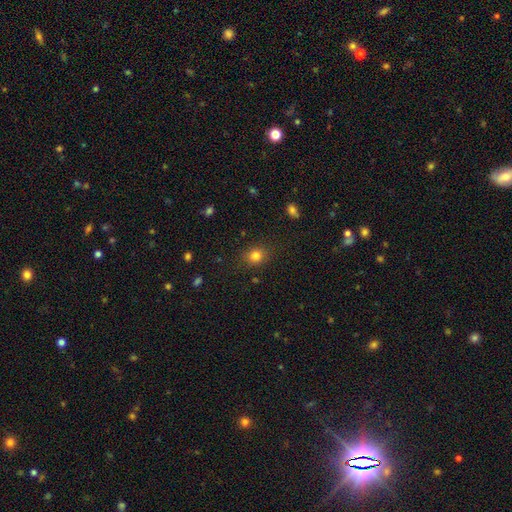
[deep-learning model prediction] The model was most divided on "how rounded": round: 68%, in between: 31%, cigar-shaped: 1%. More confident: merging — none (84%); smooth or featured — smooth (82%).